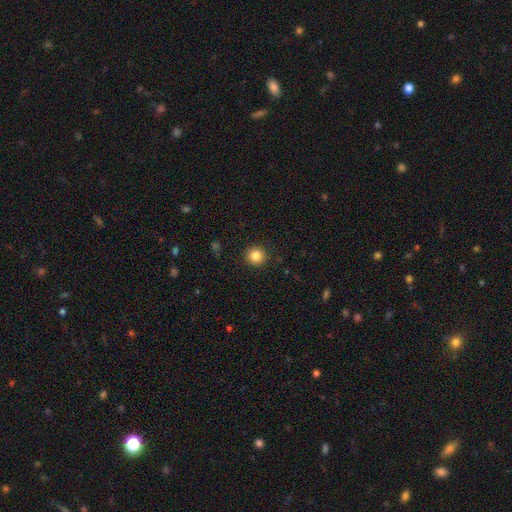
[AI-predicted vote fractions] Overall: smooth (85%). How rounded: round (94%). Merging: none (92%).